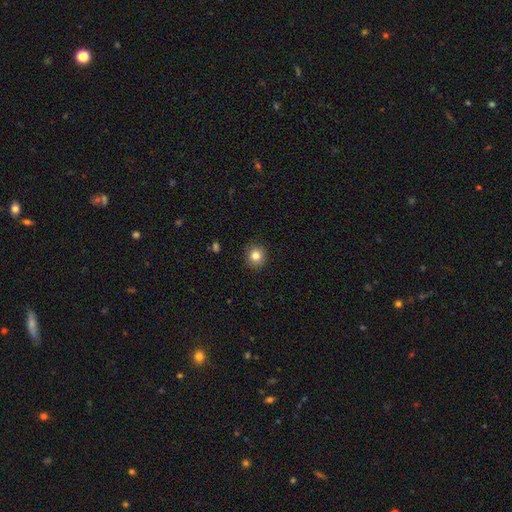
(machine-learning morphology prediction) smooth-or-featured: smooth: 83% | star or artifact: 11% | featured or disk: 7%
  how-rounded: round: 90% | in between: 9% | cigar-shaped: 1%
  merging: none: 90% | minor disturbance: 7% | major disturbance: 2% | merger: 1%